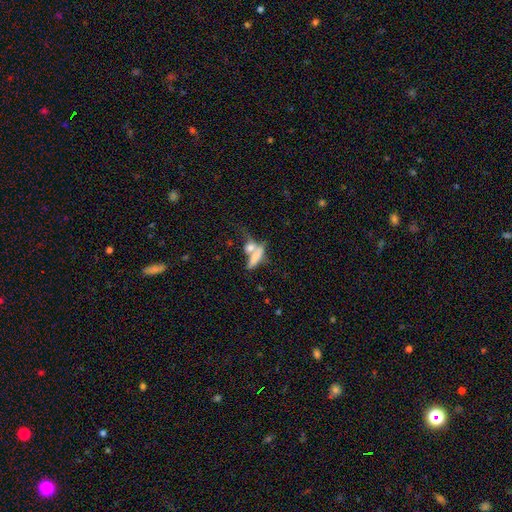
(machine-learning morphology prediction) The model was most divided on "how rounded": cigar-shaped: 53%, in between: 40%, round: 7%. More confident: smooth or featured — smooth (62%); merging — merger (54%).